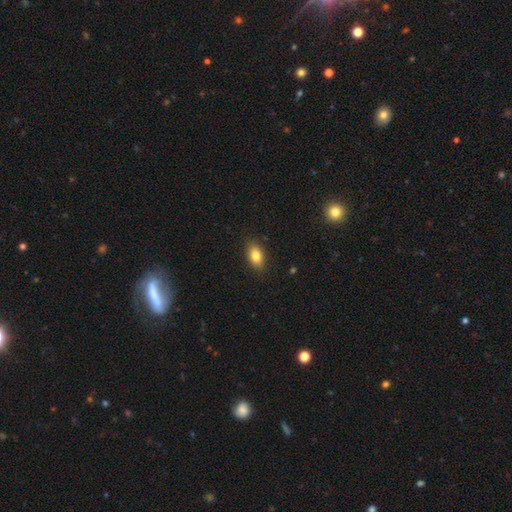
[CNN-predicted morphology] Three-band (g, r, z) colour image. It shows a smooth galaxy with no disk features (82%) that is in between round and cigar-shaped (87%). Merging: none (87%).